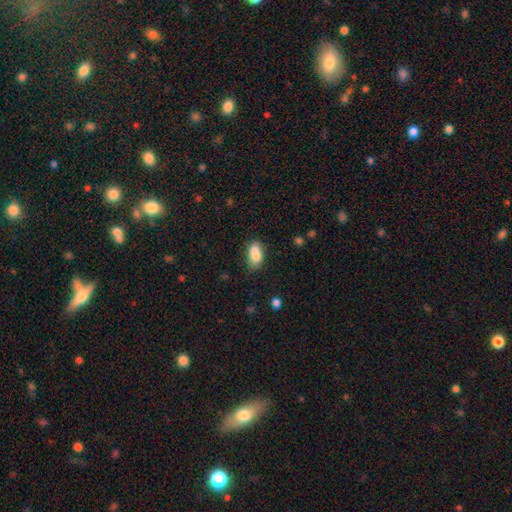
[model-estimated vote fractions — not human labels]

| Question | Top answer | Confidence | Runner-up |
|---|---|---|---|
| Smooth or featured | smooth | 80% | featured or disk (11%) |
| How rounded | in between | 88% | round (7%) |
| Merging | none | 54% | minor disturbance (22%) |